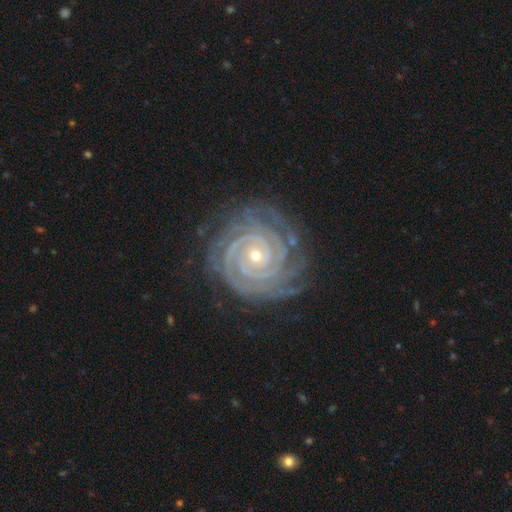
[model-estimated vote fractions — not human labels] This is clearly a featured or disk galaxy (93%). It is clearly not viewed edge-on (98%). Bar: likely no (69%). Spiral arm pattern: clearly yes (99%). Spiral arm count: marginally 2 (24%). Spiral winding: clearly tight (91%). Central bulge: likely small (66%). Merging: clearly none (80%).